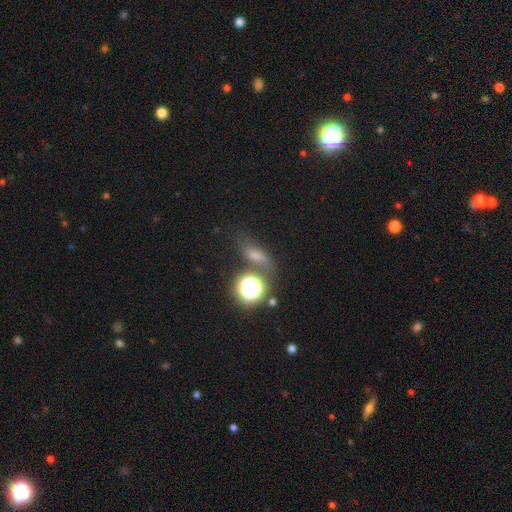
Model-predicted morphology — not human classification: Smooth or featured?
  - smooth: 44% *
  - star or artifact: 37%
  - featured or disk: 19%
Merging?
  - none: 62% *
  - minor disturbance: 17%
  - merger: 11%
  - major disturbance: 10%